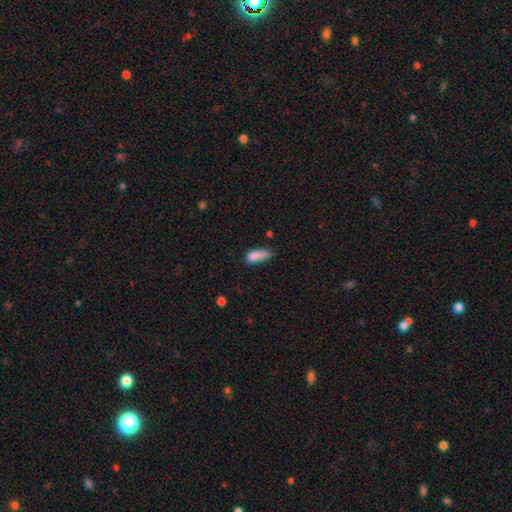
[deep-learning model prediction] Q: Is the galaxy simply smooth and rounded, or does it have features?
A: smooth — 85%.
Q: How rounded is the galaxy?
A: in between — 70%.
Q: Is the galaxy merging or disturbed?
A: none — 47%.